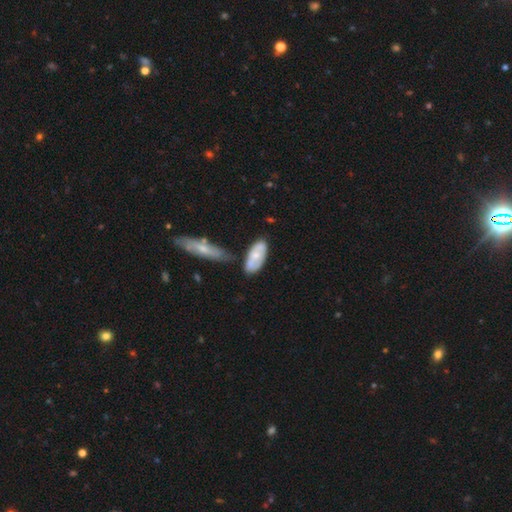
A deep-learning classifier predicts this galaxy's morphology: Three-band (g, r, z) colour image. It shows a smooth galaxy with no disk features (55%) that is in between round and cigar-shaped (84%). Merging: none (55%).